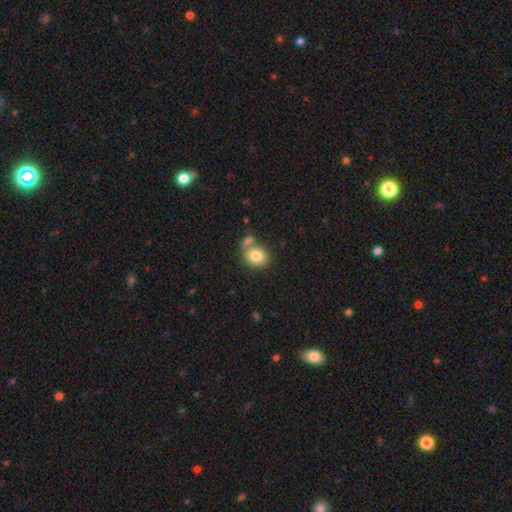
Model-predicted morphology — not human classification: Smooth or featured? Predicted: smooth (p=0.81). How rounded? Predicted: round (p=0.55). Merging? Predicted: none (p=0.54).